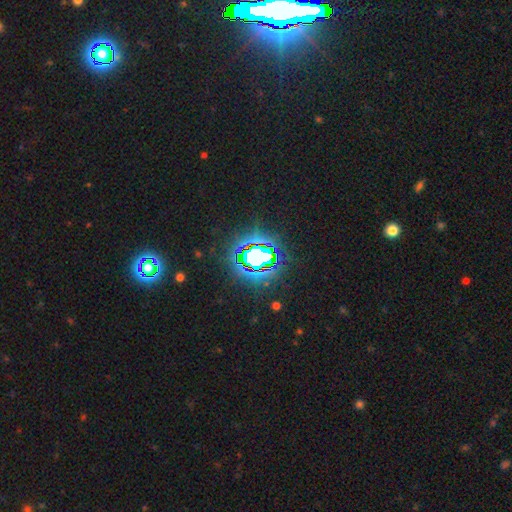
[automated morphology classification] smooth_or_featured: star or artifact (p=0.75) [alt: smooth p=0.15]